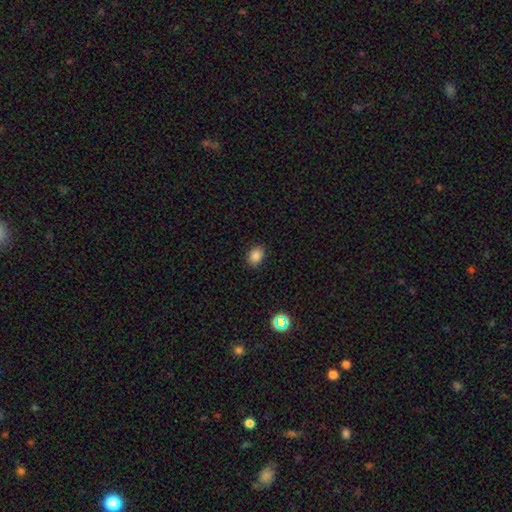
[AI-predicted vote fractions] smooth_or_featured: smooth (p=0.85) [alt: star or artifact p=0.11]
how_rounded: in between (p=0.68) [alt: round p=0.31]
merging: none (p=0.88) [alt: minor disturbance p=0.09]